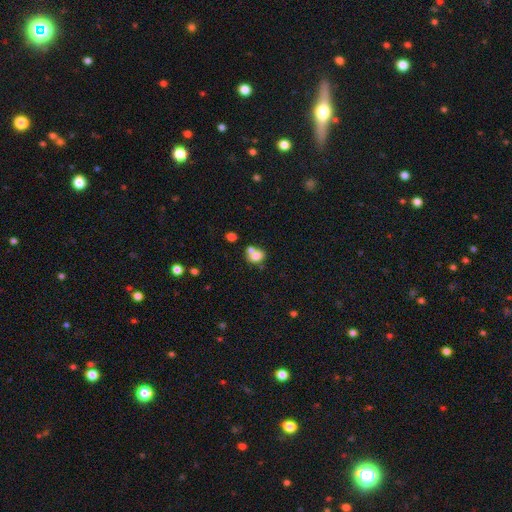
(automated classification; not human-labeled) smooth 75%, featured or disk 14%, star or artifact 11%. Down the decision tree: how rounded — round (56%); merging — merger (44%).